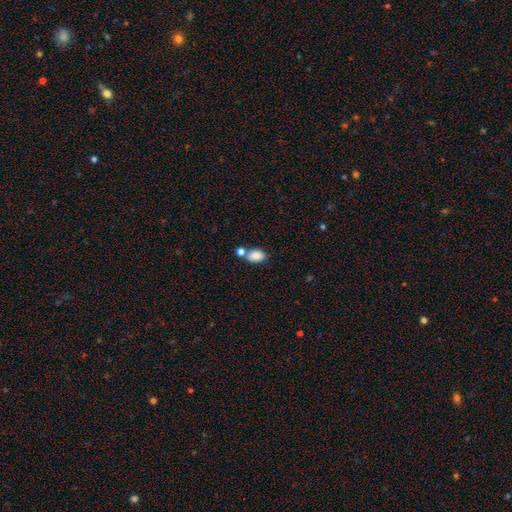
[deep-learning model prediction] Smooth or featured? smooth (85%)
How rounded? in between (89%)
Merging? none (53%)